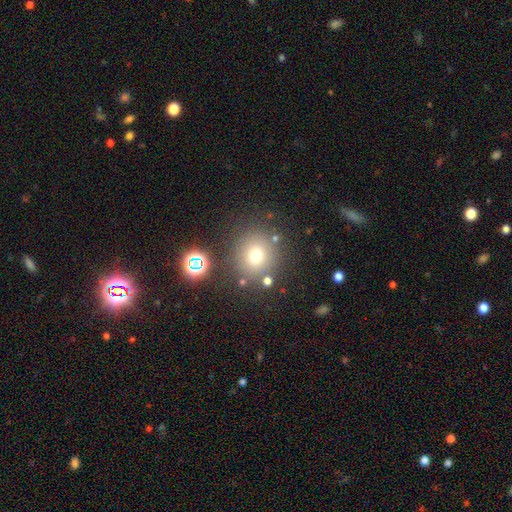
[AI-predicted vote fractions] Q: Smooth or featured?
A: smooth (69%); runner-up: star or artifact (19%)
Q: How rounded?
A: round (92%); runner-up: in between (7%)
Q: Merging?
A: none (81%); runner-up: minor disturbance (9%)